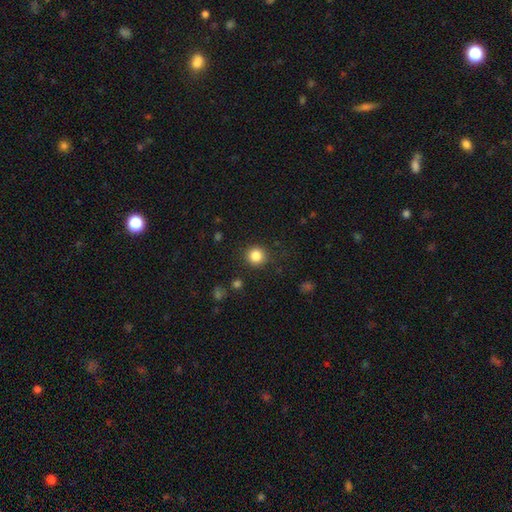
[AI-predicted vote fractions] A smooth galaxy with no disk features (84%) that is round (93%). Merging: none (89%).